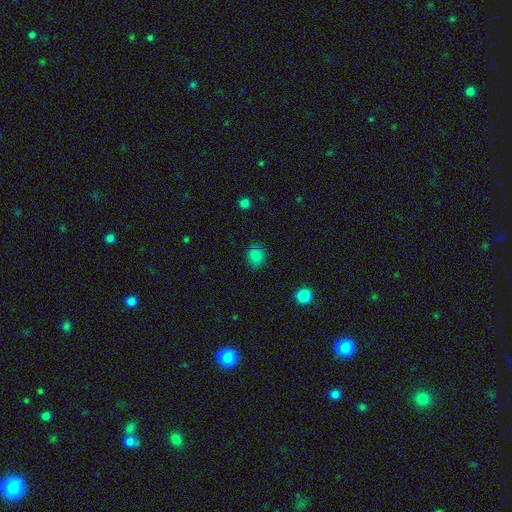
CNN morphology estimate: This appears to be a smooth galaxy with no disk features (84%) that is round (74%). Merging: none (85%).